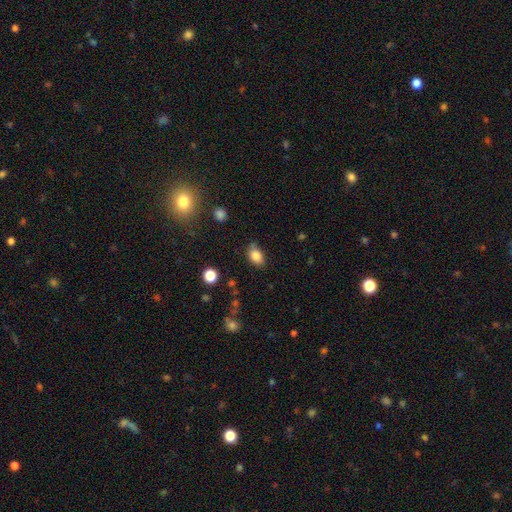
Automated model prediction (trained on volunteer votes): smooth-or-featured: smooth: 84% | star or artifact: 9% | featured or disk: 6%
  how-rounded: in between: 84% | round: 15% | cigar-shaped: 1%
  merging: none: 74% | minor disturbance: 19% | major disturbance: 4% | merger: 3%